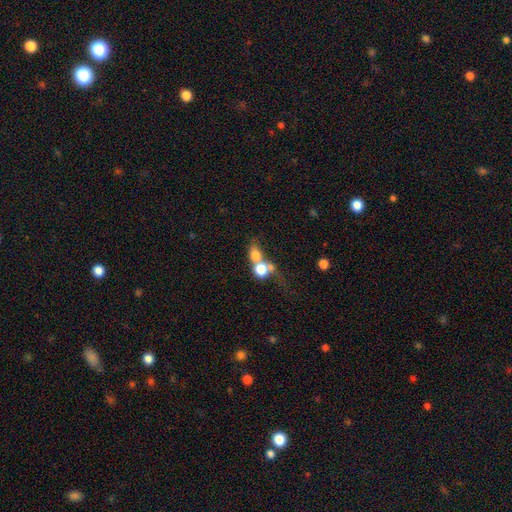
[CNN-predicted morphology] A smooth galaxy with no disk features (70%) that is round (61%). Merging: merger (69%).